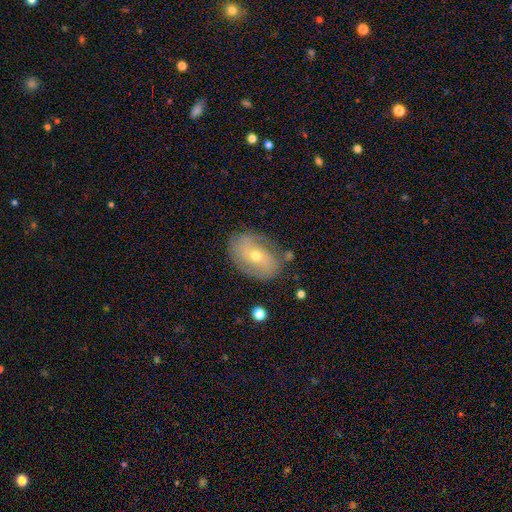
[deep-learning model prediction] smooth-or-featured: featured or disk: 59% | smooth: 33% | star or artifact: 8%
  disk-edge-on: no: 93% | yes: 7%
    bar: no: 63% | weak: 27% | strong: 10%
    has-spiral-arms: yes: 66% | no: 34%
    bulge-size: moderate: 49% | small: 48% | large: 1% | none: 1% | dominant: 1%
  merging: none: 75% | minor disturbance: 17% | major disturbance: 5% | merger: 2%